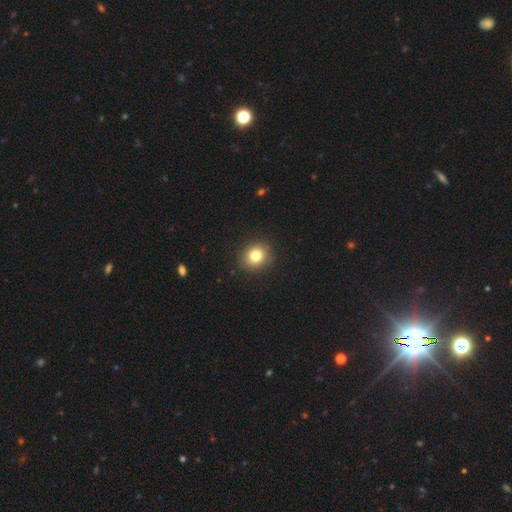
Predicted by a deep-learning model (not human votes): smooth 80%, star or artifact 11%, featured or disk 8%. Down the decision tree: how rounded — round (82%); merging — none (90%).